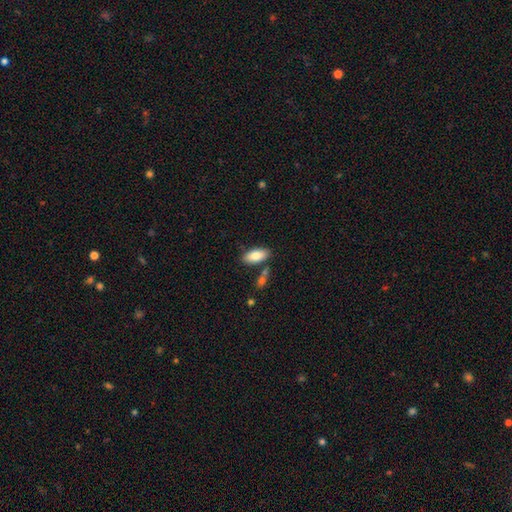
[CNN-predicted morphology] A smooth galaxy with no disk features (83%) that is in between round and cigar-shaped (90%).

Vote fractions:
- Smooth or featured? smooth: 83% / featured or disk: 11% / star or artifact: 6%
- How rounded? in between: 90% / cigar-shaped: 8% / round: 2%
- Merging? none: 77% / minor disturbance: 12% / merger: 8% / major disturbance: 3%